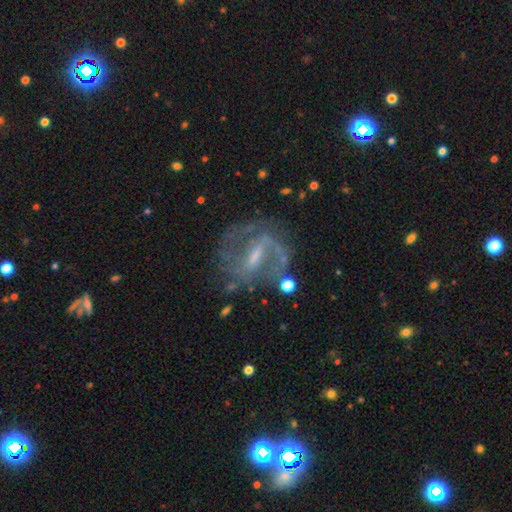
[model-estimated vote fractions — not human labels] Smooth or featured? featured or disk (83%)
Edge-on disk? no (96%)
Bar? weak (45%)
Spiral arms? yes (89%)
Spiral winding? medium (49%)
Spiral arm count? 2 (76%)
Bulge size? small (45%)
Merging? none (67%)